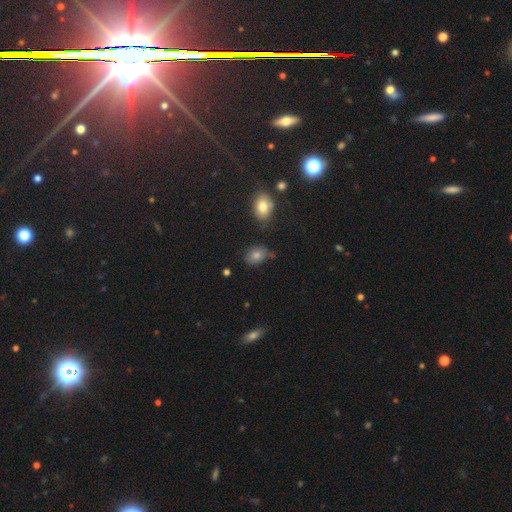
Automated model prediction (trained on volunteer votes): Overall: smooth (78%). How rounded: in between (72%). Merging: none (64%).